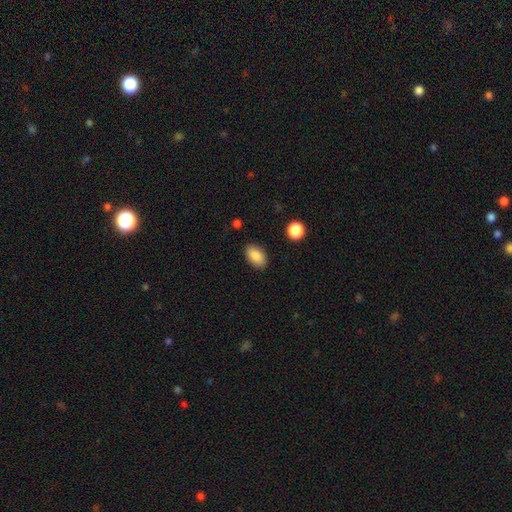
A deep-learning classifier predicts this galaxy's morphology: Smooth or featured? Predicted: smooth (p=0.87). How rounded? Predicted: in between (p=0.92). Merging? Predicted: none (p=0.86).